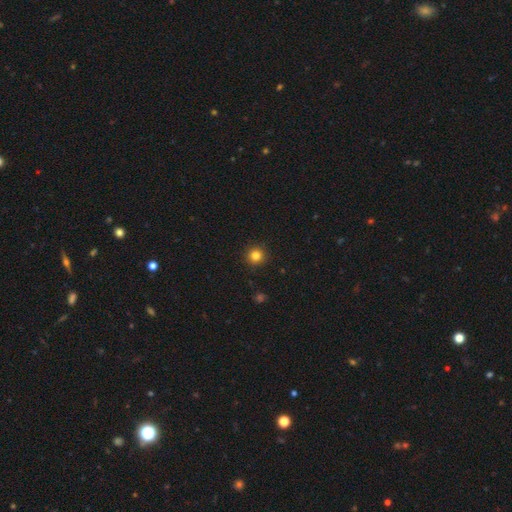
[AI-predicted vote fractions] smooth-or-featured: smooth: 82% | star or artifact: 13% | featured or disk: 5%
  how-rounded: round: 95% | in between: 4% | cigar-shaped: 1%
  merging: none: 93% | minor disturbance: 5% | major disturbance: 2% | merger: 1%